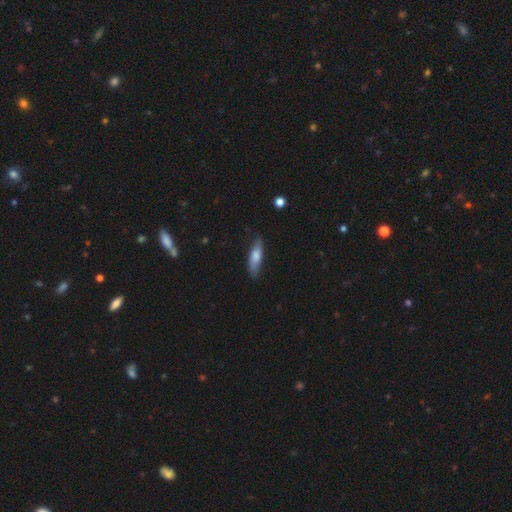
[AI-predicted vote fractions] Morphology: type=smooth (65%); roundness=cigar-shaped (61%); merging=none (77%).